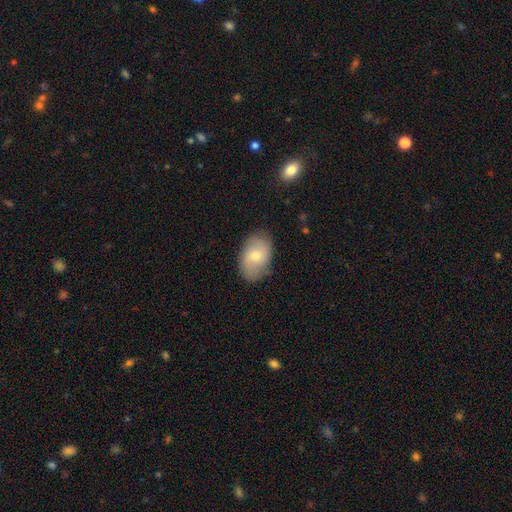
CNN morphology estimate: Overall: smooth (61%; featured or disk 32%). How rounded: in between (88%). Merging: none (80%).